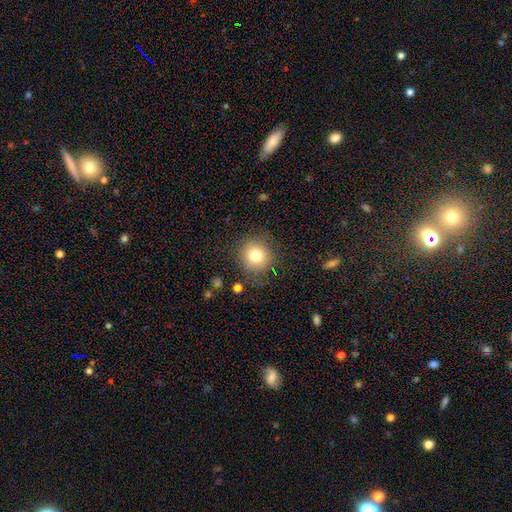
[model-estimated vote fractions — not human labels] The model was most divided on "smooth or featured": smooth: 78%, star or artifact: 12%, featured or disk: 10%. More confident: how rounded — round (89%); merging — none (84%).